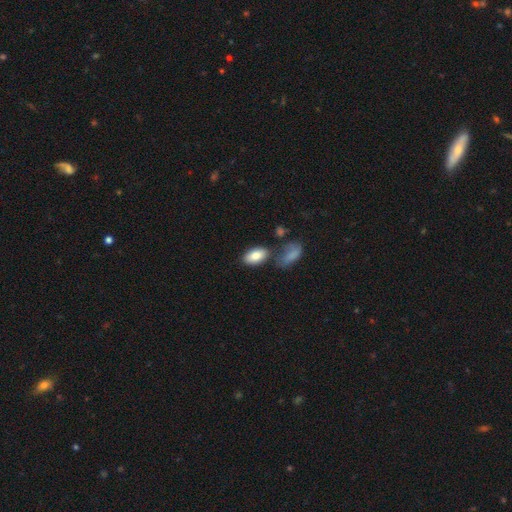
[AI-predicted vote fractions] This is clearly a smooth galaxy (85%). How rounded: clearly in between (94%). Merging: likely none (65%).